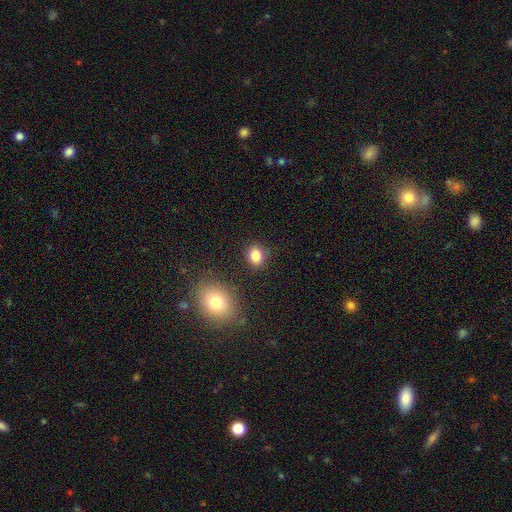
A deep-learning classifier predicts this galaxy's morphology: smooth_or_featured: smooth (p=0.84) [alt: star or artifact p=0.10]
how_rounded: in between (p=0.52) [alt: round p=0.47]
merging: none (p=0.83) [alt: minor disturbance p=0.10]